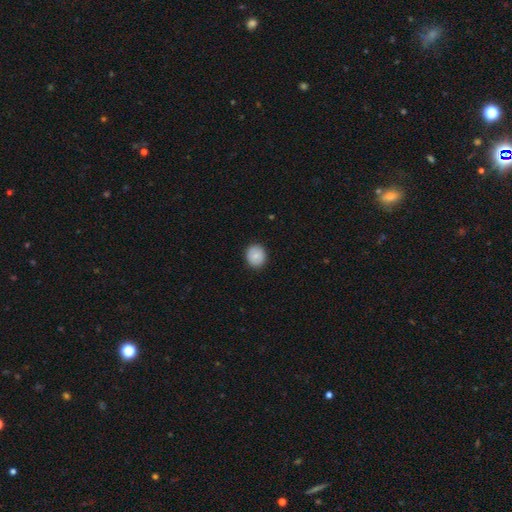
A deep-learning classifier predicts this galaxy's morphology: The model was most divided on "how rounded": round: 79%, in between: 20%, cigar-shaped: 1%. More confident: merging — none (90%); smooth or featured — smooth (83%).